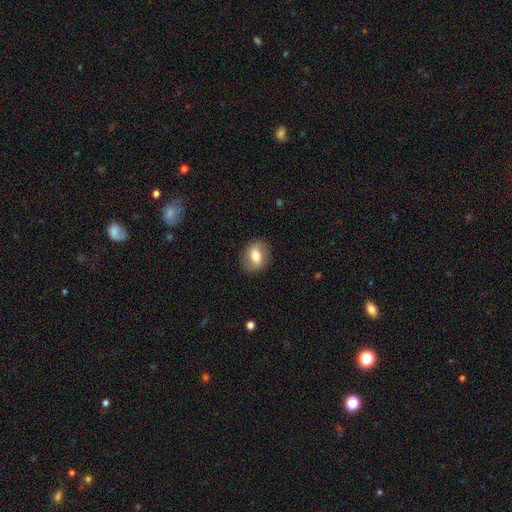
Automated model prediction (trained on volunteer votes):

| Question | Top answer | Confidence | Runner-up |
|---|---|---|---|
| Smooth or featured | smooth | 63% | featured or disk (29%) |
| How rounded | in between | 56% | round (42%) |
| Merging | none | 84% | minor disturbance (11%) |